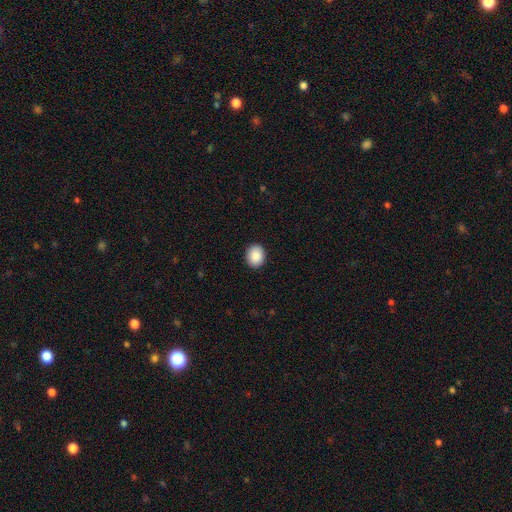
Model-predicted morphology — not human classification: smooth 88%, star or artifact 7%, featured or disk 4%. Down the decision tree: how rounded — round (59%); merging — none (91%).